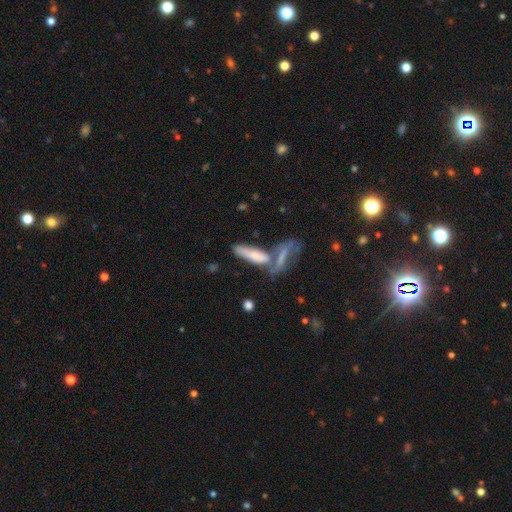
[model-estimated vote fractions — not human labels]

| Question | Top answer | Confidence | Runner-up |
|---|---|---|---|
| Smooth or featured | smooth | 65% | featured or disk (26%) |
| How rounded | cigar-shaped | 63% | in between (35%) |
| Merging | merger | 49% | none (32%) |